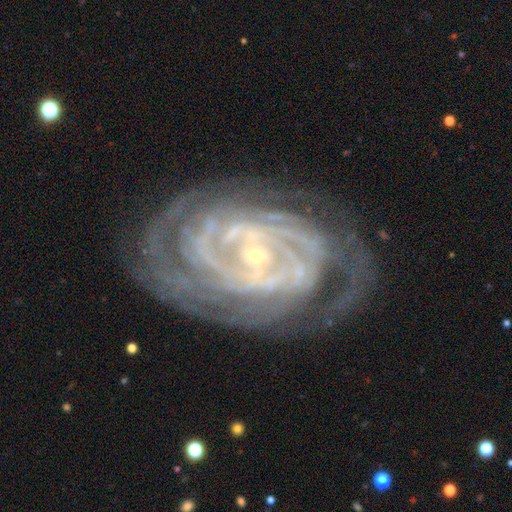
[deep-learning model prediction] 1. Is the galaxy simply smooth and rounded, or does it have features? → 90% featured or disk, 5% star or artifact, 5% smooth.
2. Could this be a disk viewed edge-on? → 96% no, 4% yes.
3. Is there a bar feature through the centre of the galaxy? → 48% no, 32% weak, 20% strong.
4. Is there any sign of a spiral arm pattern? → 97% yes, 3% no.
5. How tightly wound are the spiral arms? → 78% tight, 18% medium, 4% loose.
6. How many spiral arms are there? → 28% can't tell, 19% 4, 19% 2, 16% 3, 12% more than 4, 7% 1.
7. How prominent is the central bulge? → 83% small, 13% moderate, 2% none, 1% large, 1% dominant.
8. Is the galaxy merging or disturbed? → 71% none, 18% minor disturbance, 8% major disturbance, 2% merger.